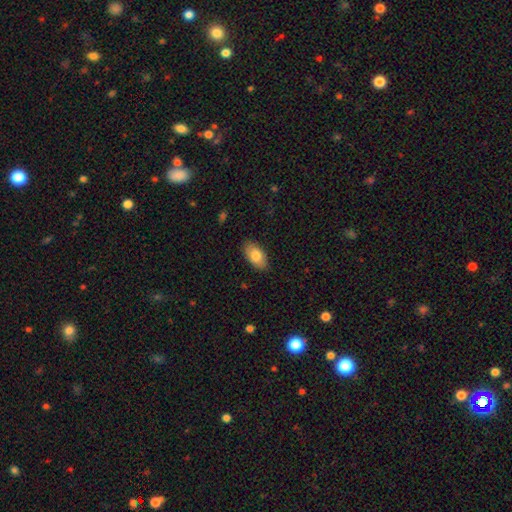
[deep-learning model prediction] Smooth or featured? Predicted: smooth (p=0.83). How rounded? Predicted: in between (p=0.93). Merging? Predicted: none (p=0.86).